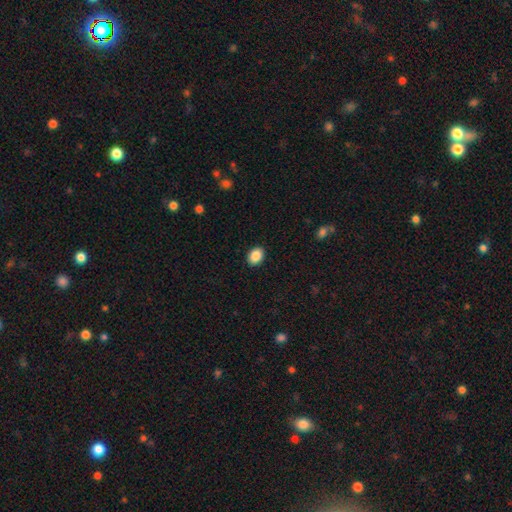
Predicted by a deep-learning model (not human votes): Smooth or featured: smooth — 89% (star or artifact — 8%)
How rounded: in between — 71% (round — 28%)
Merging: none — 91% (minor disturbance — 7%)